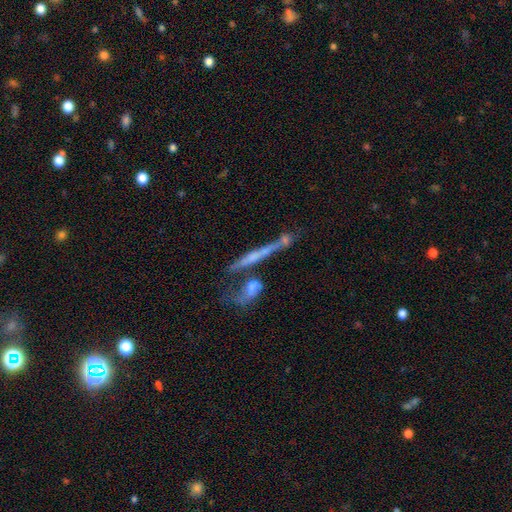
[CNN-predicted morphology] This appears to be a featured or disk galaxy (61%) viewed edge-on (73%). Merging: merger (41%).